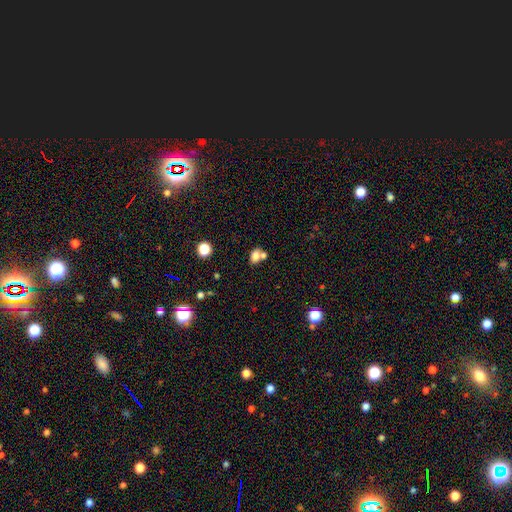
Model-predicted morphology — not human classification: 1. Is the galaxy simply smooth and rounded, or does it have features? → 77% smooth, 12% featured or disk, 12% star or artifact.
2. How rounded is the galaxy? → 77% in between, 21% round, 2% cigar-shaped.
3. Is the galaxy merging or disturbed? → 43% none, 42% merger, 10% minor disturbance, 4% major disturbance.